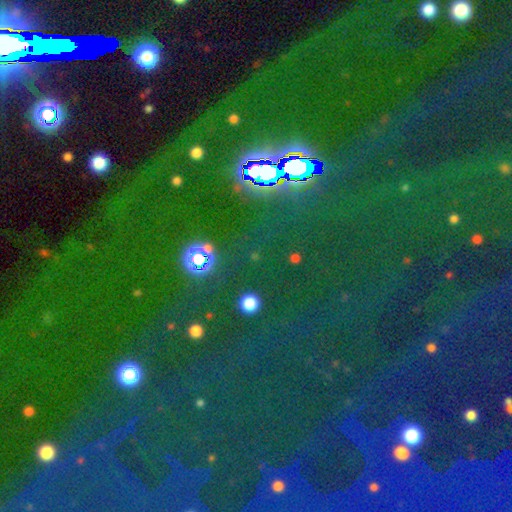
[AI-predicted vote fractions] This appears to be a star or artifact, not a galaxy (78%).